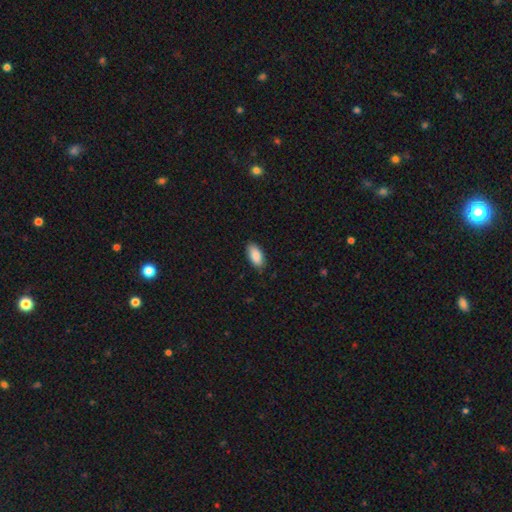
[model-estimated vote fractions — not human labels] A smooth galaxy with no disk features (89%) that is in between round and cigar-shaped (93%). Merging: none (84%).